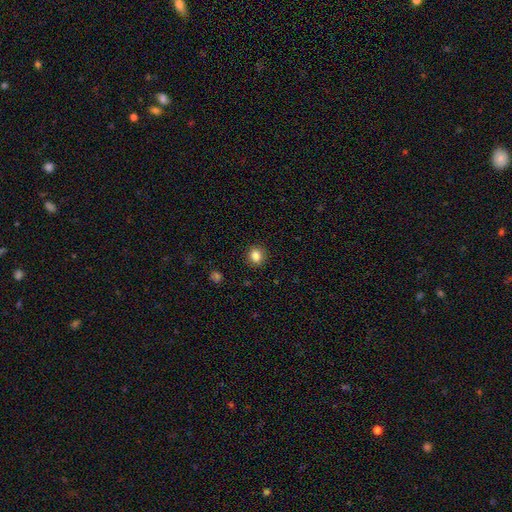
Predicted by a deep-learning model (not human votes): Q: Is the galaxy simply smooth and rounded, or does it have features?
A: smooth — 85%.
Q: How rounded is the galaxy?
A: round — 70%.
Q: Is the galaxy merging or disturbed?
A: none — 90%.